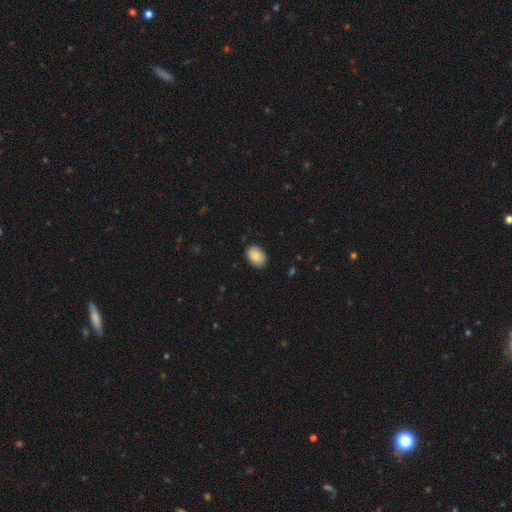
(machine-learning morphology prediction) Q: Smooth or featured?
A: smooth (87%); runner-up: star or artifact (7%)
Q: How rounded?
A: in between (86%); runner-up: round (13%)
Q: Merging?
A: none (85%); runner-up: minor disturbance (12%)